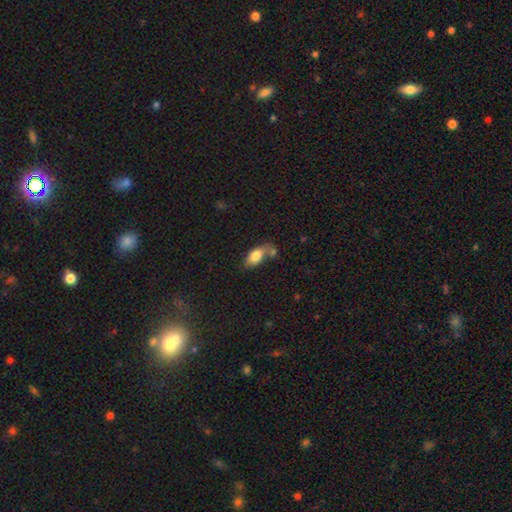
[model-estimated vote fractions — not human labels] smooth 78%, featured or disk 14%, star or artifact 8%. Down the decision tree: how rounded — in between (87%); merging — none (37%).